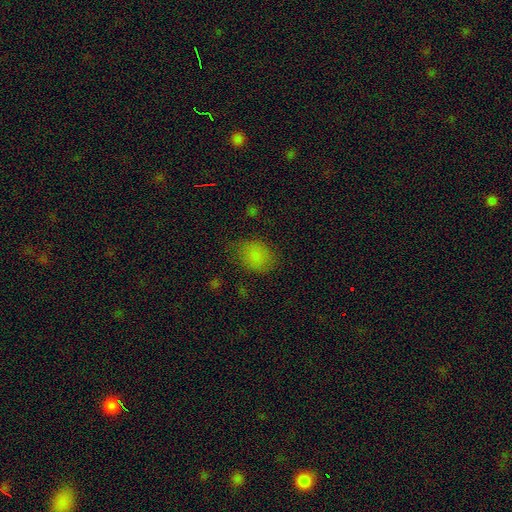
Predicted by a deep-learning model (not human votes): smooth 79%, star or artifact 13%, featured or disk 8%. Down the decision tree: how rounded — in between (53%); merging — none (66%).